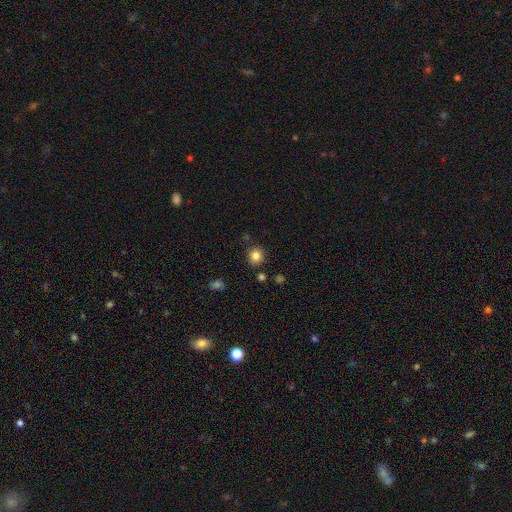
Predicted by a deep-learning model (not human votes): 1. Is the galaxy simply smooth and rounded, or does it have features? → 83% smooth, 12% star or artifact, 5% featured or disk.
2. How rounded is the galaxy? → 89% round, 10% in between, 1% cigar-shaped.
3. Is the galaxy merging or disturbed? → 86% none, 8% minor disturbance, 3% merger, 2% major disturbance.